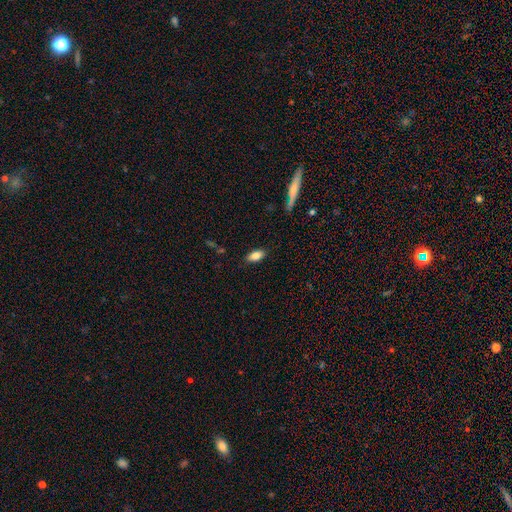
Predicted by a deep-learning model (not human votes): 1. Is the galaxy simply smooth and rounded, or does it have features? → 82% smooth, 11% featured or disk, 8% star or artifact.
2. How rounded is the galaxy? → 88% in between, 8% cigar-shaped, 3% round.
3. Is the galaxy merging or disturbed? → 86% none, 11% minor disturbance, 3% major disturbance, 1% merger.